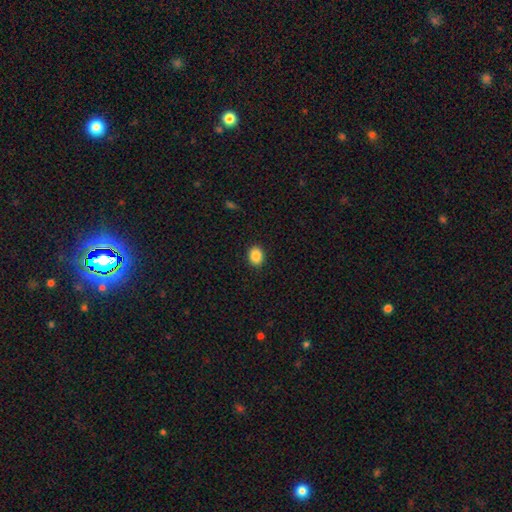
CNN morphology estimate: smooth_or_featured: smooth (p=0.88) [alt: star or artifact p=0.09]
how_rounded: in between (p=0.53) [alt: round p=0.46]
merging: none (p=0.91) [alt: minor disturbance p=0.06]